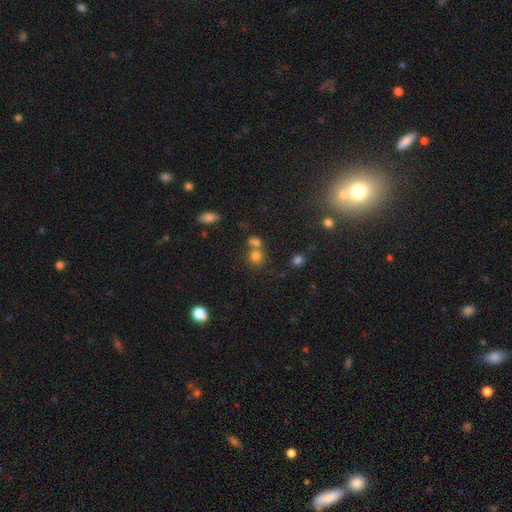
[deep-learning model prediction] Smooth or featured? Predicted: smooth (p=0.75). How rounded? Predicted: round (p=0.80). Merging? Predicted: none (p=0.48).